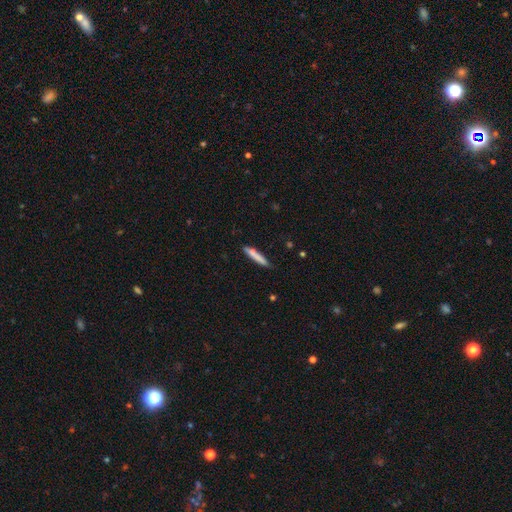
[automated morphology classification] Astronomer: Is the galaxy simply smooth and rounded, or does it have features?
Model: smooth — 75%.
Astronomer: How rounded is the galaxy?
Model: cigar-shaped — 93%.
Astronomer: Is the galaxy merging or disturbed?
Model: none — 78%.